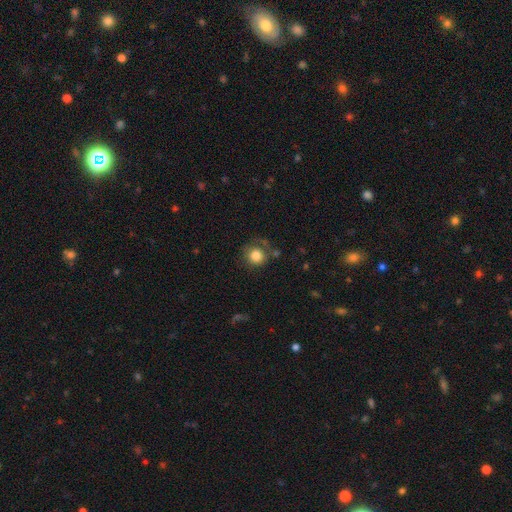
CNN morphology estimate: Overall: smooth (82%). How rounded: round (90%). Merging: none (69%).